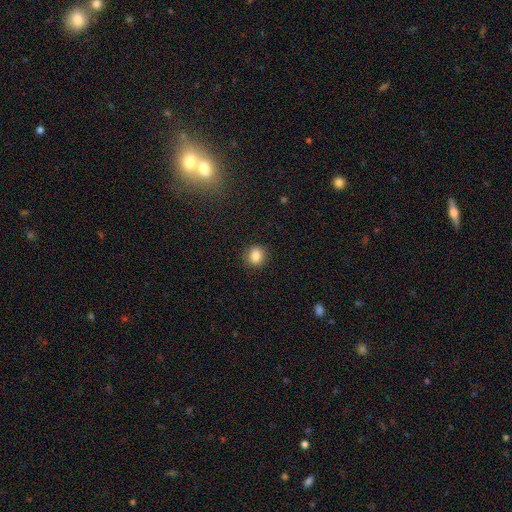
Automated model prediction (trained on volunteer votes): Smooth or featured?
  - smooth: 84% *
  - star or artifact: 10%
  - featured or disk: 6%
How rounded?
  - round: 77% *
  - in between: 22%
  - cigar-shaped: 1%
Merging?
  - none: 89% *
  - minor disturbance: 7%
  - major disturbance: 2%
  - merger: 1%